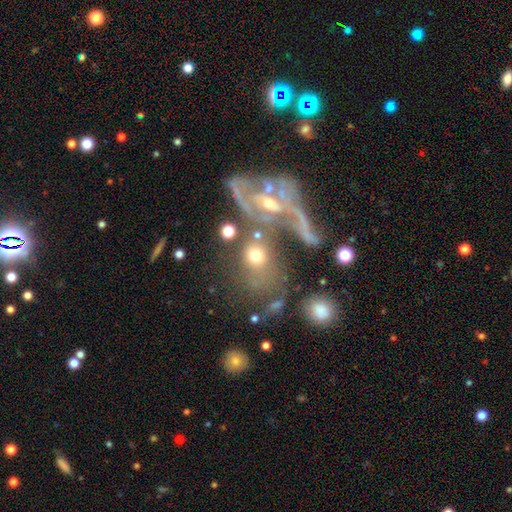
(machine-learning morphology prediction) This appears to be a smooth galaxy with no disk features (47%). Merging: merger (47%).